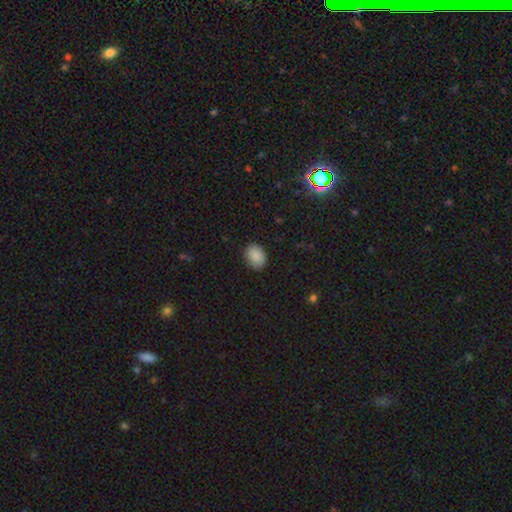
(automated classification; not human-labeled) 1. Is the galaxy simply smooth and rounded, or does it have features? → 89% smooth, 8% star or artifact, 4% featured or disk.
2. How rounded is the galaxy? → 64% in between, 35% round, 1% cigar-shaped.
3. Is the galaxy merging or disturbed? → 87% none, 10% minor disturbance, 2% major disturbance, 1% merger.